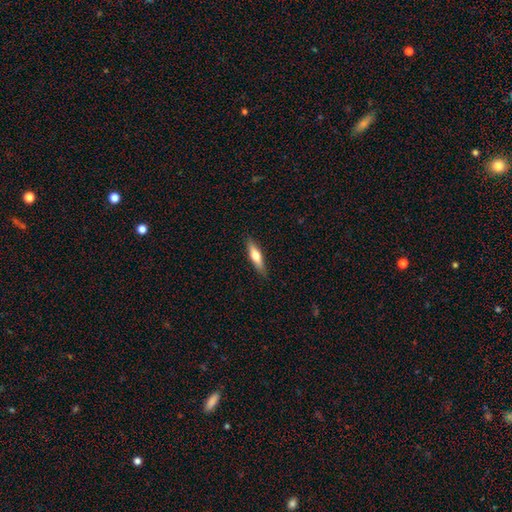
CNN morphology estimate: Smooth or featured? smooth (56%)
How rounded? cigar-shaped (73%)
Merging? none (88%)